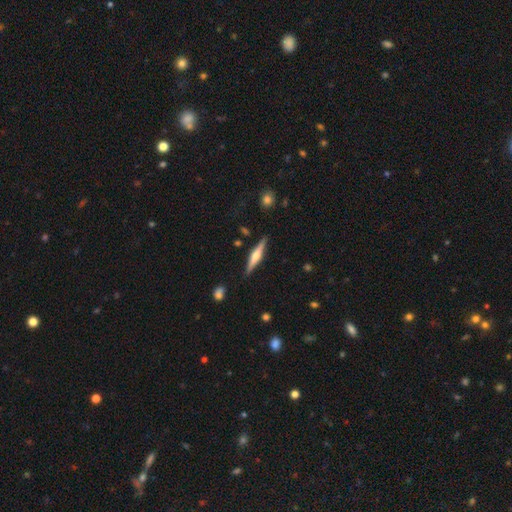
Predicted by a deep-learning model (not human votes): This appears to be a featured or disk galaxy (68%) viewed edge-on (97%) with a rounded central bulge (89%). Merging: none (88%).